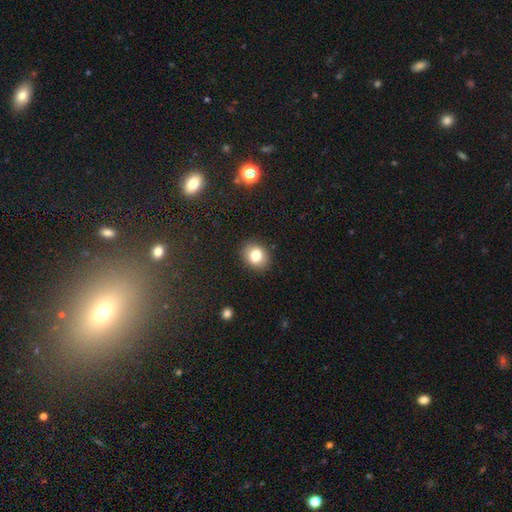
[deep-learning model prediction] Smooth or featured? Predicted: smooth (p=0.79). How rounded? Predicted: round (p=0.63). Merging? Predicted: none (p=0.89).